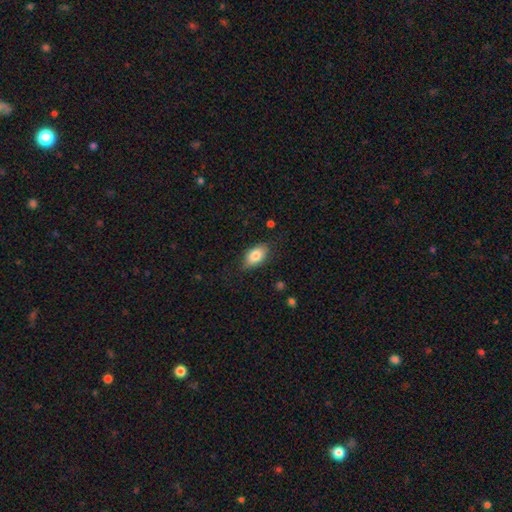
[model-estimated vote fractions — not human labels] Smooth or featured? Predicted: smooth (p=0.80). How rounded? Predicted: in between (p=0.89). Merging? Predicted: none (p=0.78).